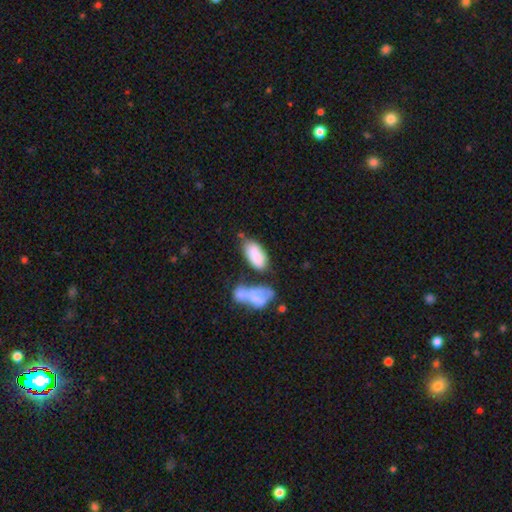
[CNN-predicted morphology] type=smooth (80%); roundness=in between (92%); merging=none (37%).